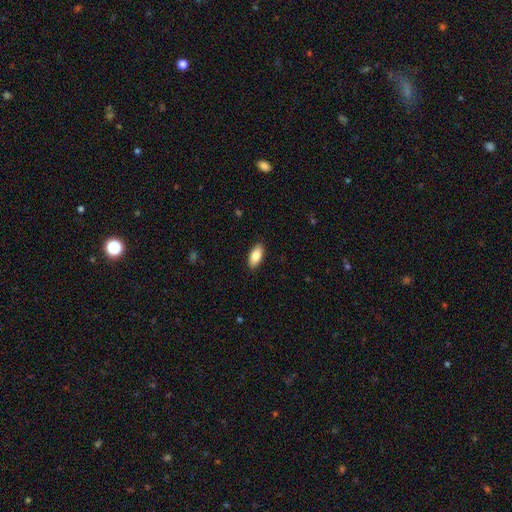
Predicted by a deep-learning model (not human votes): This is clearly a smooth galaxy (85%). How rounded: clearly in between (90%). Merging: clearly none (89%).